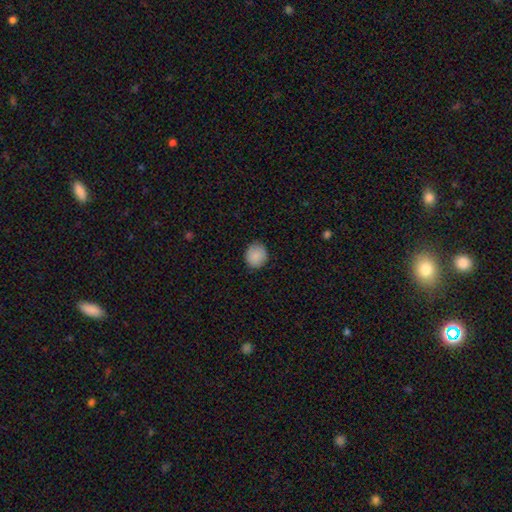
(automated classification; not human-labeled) This is clearly a smooth galaxy (89%). How rounded: clearly round (84%). Merging: clearly none (89%).